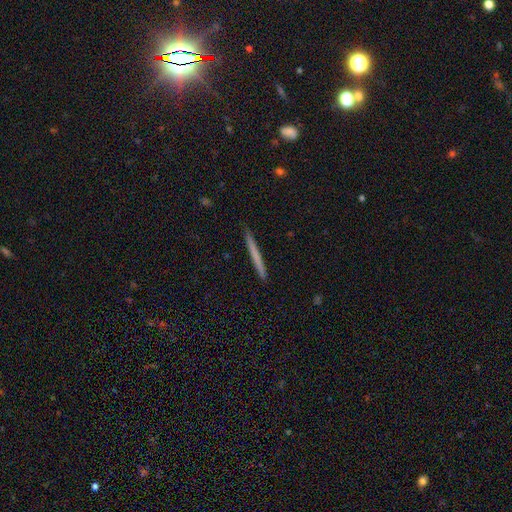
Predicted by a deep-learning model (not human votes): Smooth or featured?
  - smooth: 62% *
  - featured or disk: 32%
  - star or artifact: 6%
How rounded?
  - cigar-shaped: 97% *
  - in between: 2%
  - round: 1%
Merging?
  - none: 92% *
  - minor disturbance: 6%
  - major disturbance: 1%
  - merger: 1%